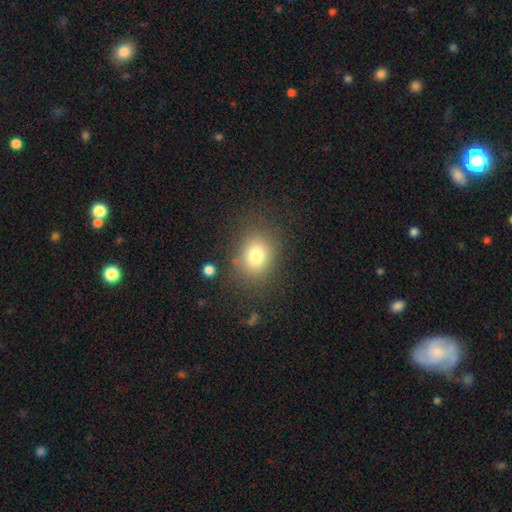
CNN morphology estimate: Smooth or featured: smooth — 77% (star or artifact — 13%)
How rounded: round — 54% (in between — 46%)
Merging: none — 81% (minor disturbance — 11%)